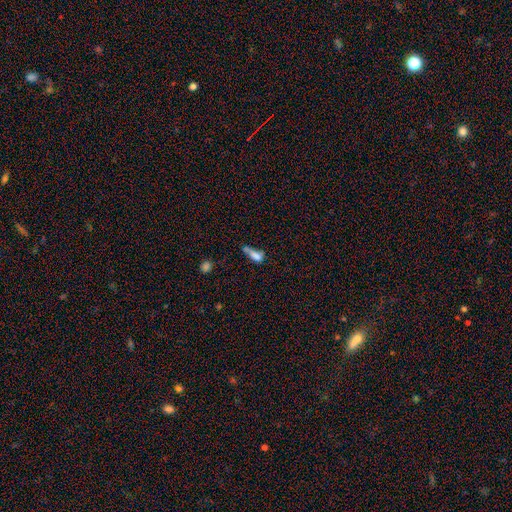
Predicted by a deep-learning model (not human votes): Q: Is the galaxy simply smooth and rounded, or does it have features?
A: smooth — 67%.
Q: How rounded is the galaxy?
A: in between — 65%.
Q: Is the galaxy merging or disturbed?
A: merger — 34%.